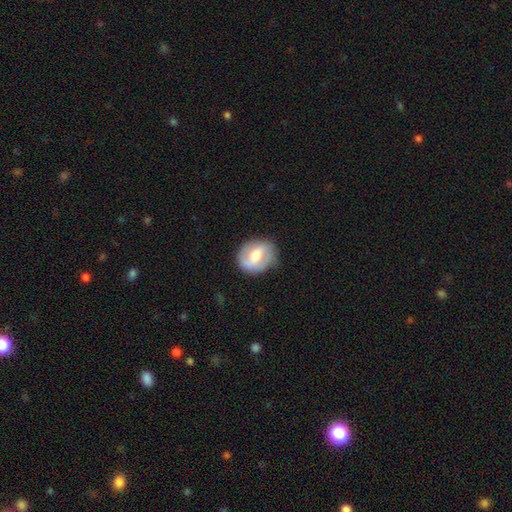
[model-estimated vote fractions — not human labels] A featured or disk galaxy (56%) with a weak bar (47%), spiral arms (74%) and a moderate central bulge (58%). Merging: none (80%).